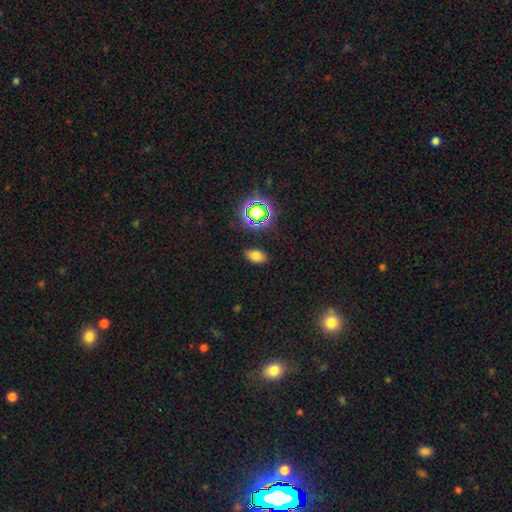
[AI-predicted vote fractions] smooth 73%, star or artifact 20%, featured or disk 7%. Down the decision tree: how rounded — in between (89%); merging — none (86%).